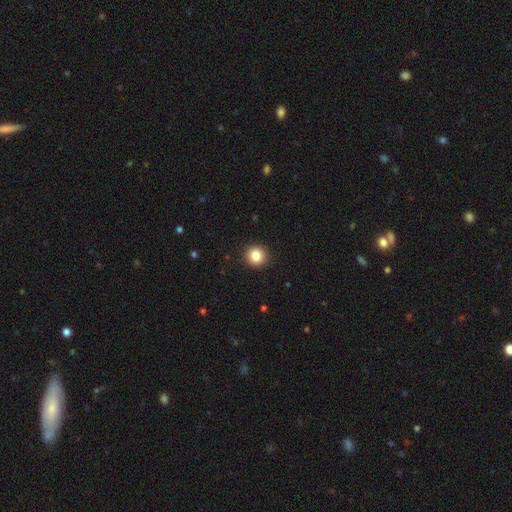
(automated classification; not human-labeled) Smooth or featured? smooth (85%)
How rounded? round (93%)
Merging? none (93%)